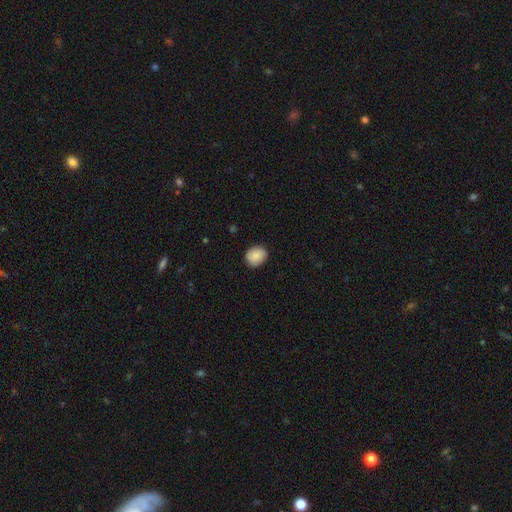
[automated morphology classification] Smooth or featured? Predicted: smooth (p=0.86). How rounded? Predicted: round (p=0.62). Merging? Predicted: none (p=0.84).